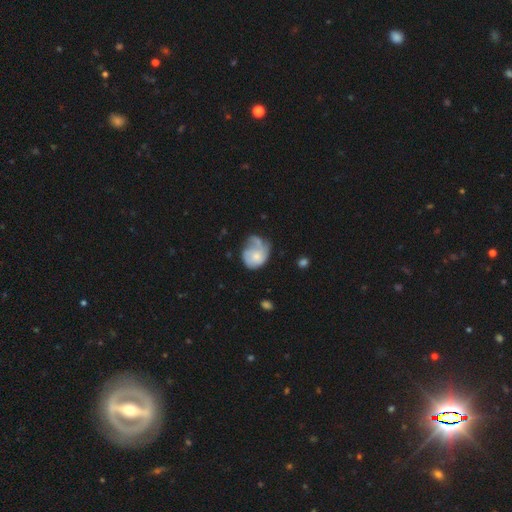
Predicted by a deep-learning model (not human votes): smooth_or_featured: featured or disk (p=0.49) [alt: smooth p=0.43]
merging: major disturbance (p=0.34) [alt: minor disturbance p=0.29]